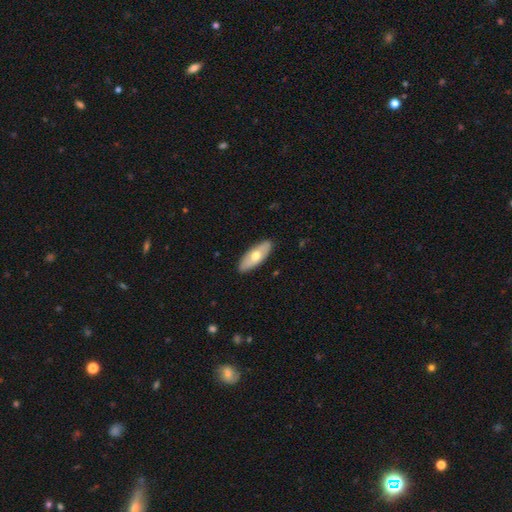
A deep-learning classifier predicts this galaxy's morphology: Smooth or featured?
  - smooth: 56% *
  - featured or disk: 39%
  - star or artifact: 5%
How rounded?
  - in between: 79% *
  - cigar-shaped: 18%
  - round: 3%
Merging?
  - none: 88% *
  - minor disturbance: 9%
  - major disturbance: 2%
  - merger: 1%